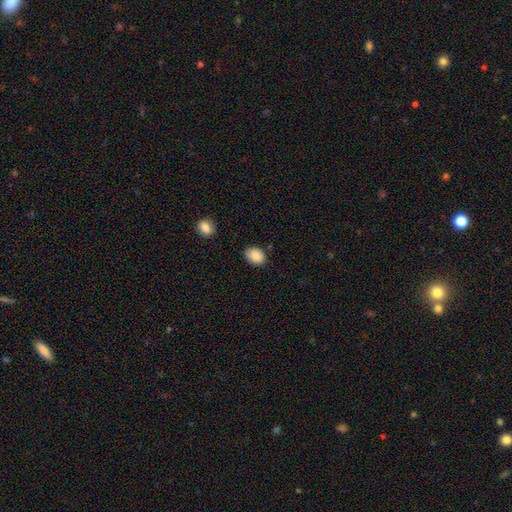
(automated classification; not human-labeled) Smooth or featured? Predicted: smooth (p=0.88). How rounded? Predicted: in between (p=0.70). Merging? Predicted: none (p=0.77).